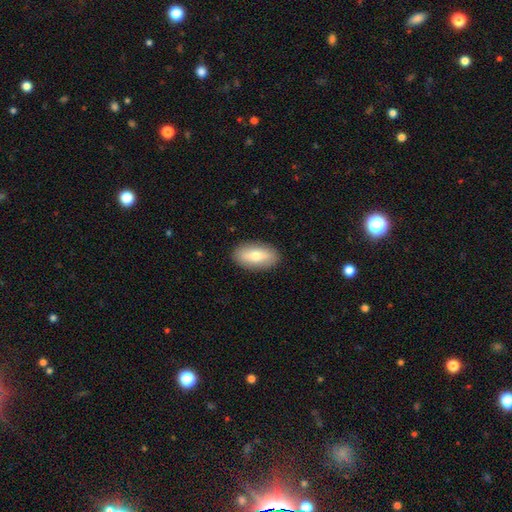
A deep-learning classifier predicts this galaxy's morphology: smooth-or-featured: smooth: 70% | featured or disk: 24% | star or artifact: 6%
  how-rounded: in between: 90% | cigar-shaped: 7% | round: 3%
  merging: none: 89% | minor disturbance: 8% | major disturbance: 2% | merger: 1%